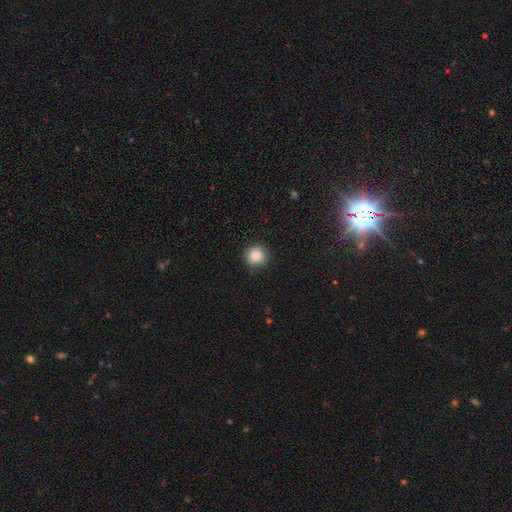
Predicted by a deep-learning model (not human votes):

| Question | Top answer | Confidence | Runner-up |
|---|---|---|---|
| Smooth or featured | smooth | 87% | star or artifact (9%) |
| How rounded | round | 92% | in between (7%) |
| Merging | none | 87% | minor disturbance (10%) |